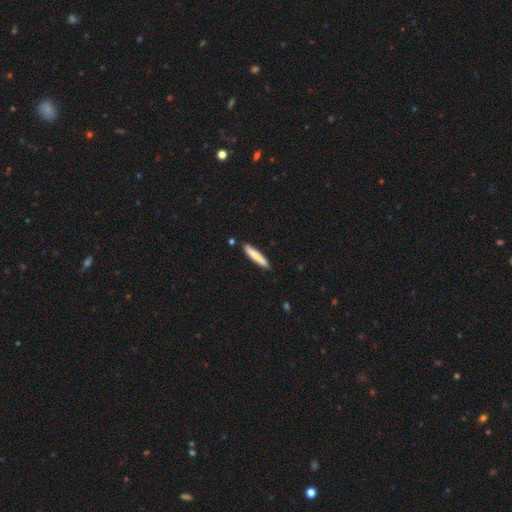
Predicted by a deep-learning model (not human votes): smooth_or_featured: smooth (p=0.79) [alt: featured or disk p=0.15]
how_rounded: cigar-shaped (p=0.92) [alt: in between p=0.07]
merging: none (p=0.85) [alt: minor disturbance p=0.10]